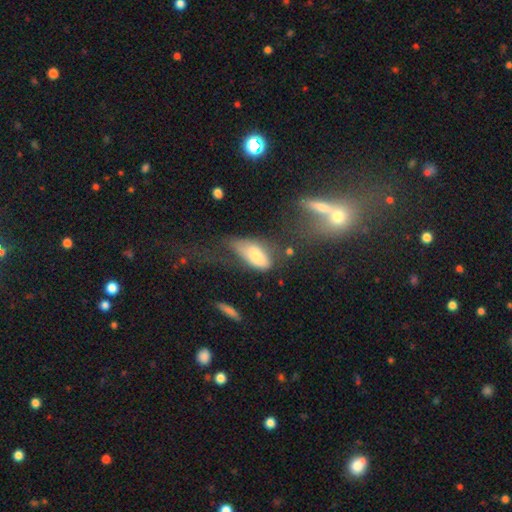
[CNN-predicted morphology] This appears to be a smooth galaxy with no disk features (69%) that is in between round and cigar-shaped (89%). Merging: major disturbance (42%).